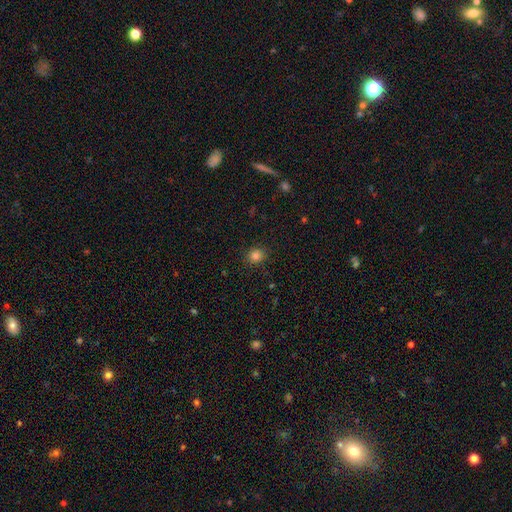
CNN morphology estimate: This appears to be a smooth galaxy with no disk features (82%) that is round (76%). Merging: none (89%).